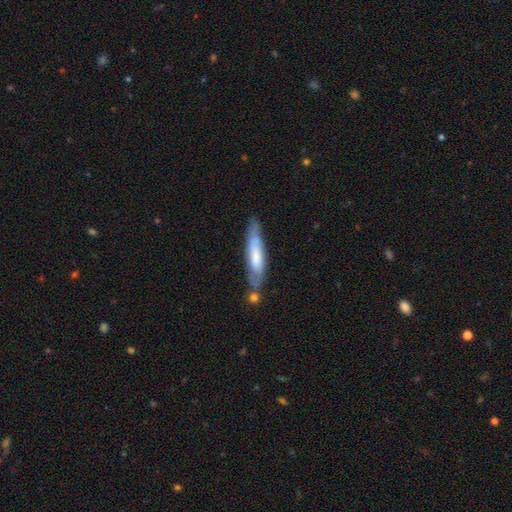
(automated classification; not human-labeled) Smooth or featured? Predicted: smooth (p=0.51). How rounded? Predicted: cigar-shaped (p=0.81). Merging? Predicted: none (p=0.68).